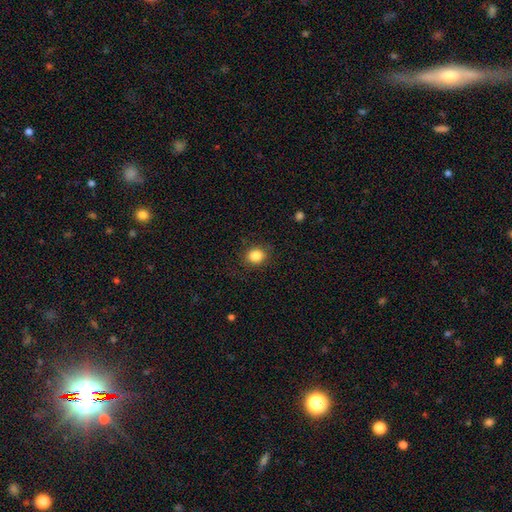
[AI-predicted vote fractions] Overall: smooth (85%). How rounded: round (70%). Merging: none (87%).